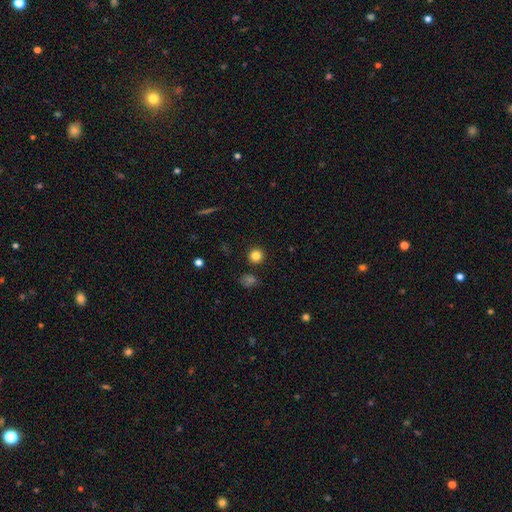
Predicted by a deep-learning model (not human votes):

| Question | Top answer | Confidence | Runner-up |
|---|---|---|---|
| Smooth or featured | smooth | 82% | star or artifact (13%) |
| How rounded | round | 92% | in between (7%) |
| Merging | none | 89% | minor disturbance (6%) |